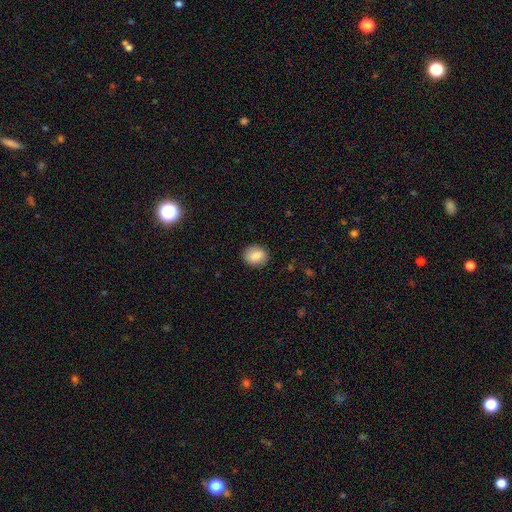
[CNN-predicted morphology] A smooth galaxy with no disk features (85%) that is round (53%). Merging: none (88%).